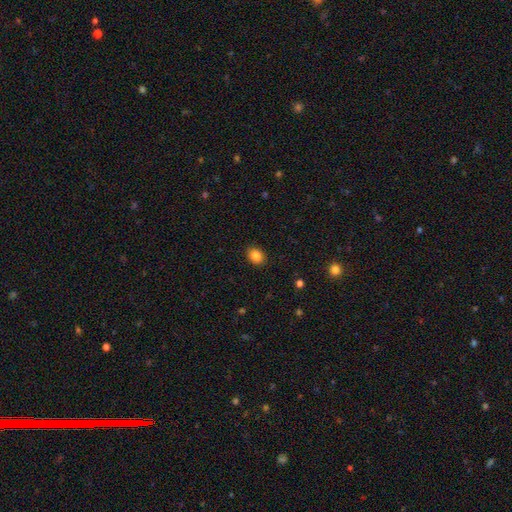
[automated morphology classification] Overall: smooth (85%). How rounded: in between (51%; round 48%). Merging: none (89%).